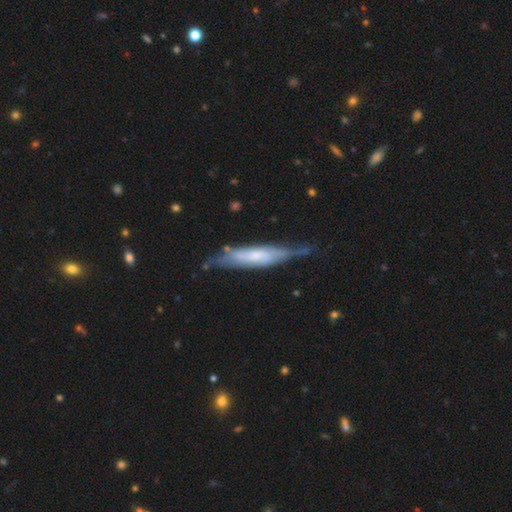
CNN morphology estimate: Smooth or featured: featured or disk — 57% (smooth — 37%)
Edge-on disk: yes — 66% (no — 34%)
Merging: none — 58% (minor disturbance — 30%)